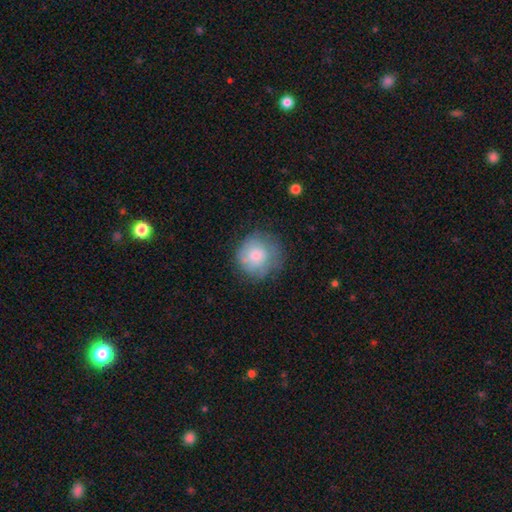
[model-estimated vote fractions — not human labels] This appears to be a smooth galaxy with no disk features (72%) that is round (88%). Merging: none (63%).